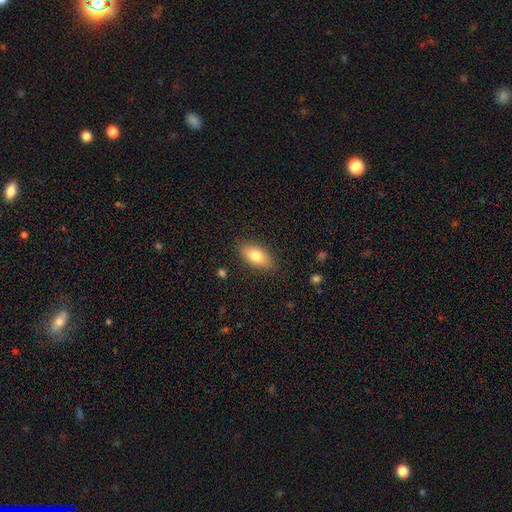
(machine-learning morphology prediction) smooth_or_featured: smooth (p=0.78) [alt: featured or disk p=0.15]
how_rounded: in between (p=0.86) [alt: cigar-shaped p=0.10]
merging: none (p=0.85) [alt: minor disturbance p=0.11]